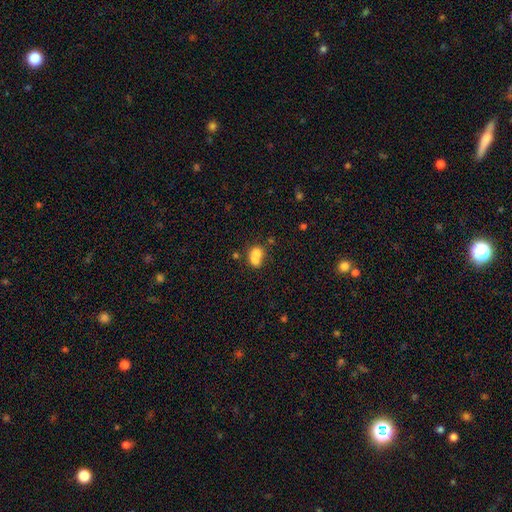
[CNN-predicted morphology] smooth-or-featured: smooth: 71% | featured or disk: 18% | star or artifact: 11%
  how-rounded: round: 56% | in between: 43% | cigar-shaped: 1%
  merging: merger: 67% | none: 21% | minor disturbance: 7% | major disturbance: 5%